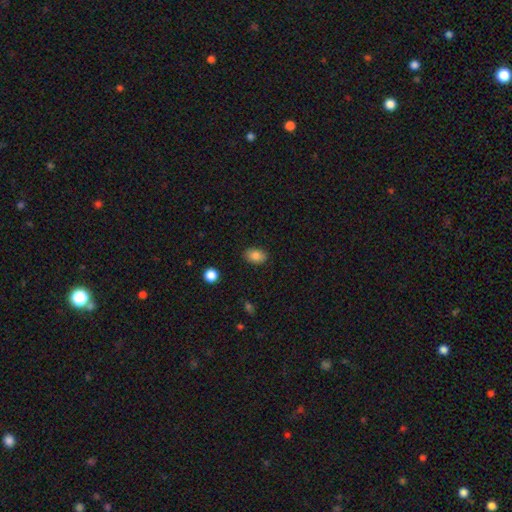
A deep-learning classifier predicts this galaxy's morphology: smooth-or-featured: smooth: 85% | star or artifact: 9% | featured or disk: 6%
  how-rounded: in between: 81% | round: 18% | cigar-shaped: 1%
  merging: none: 87% | minor disturbance: 9% | major disturbance: 2% | merger: 1%